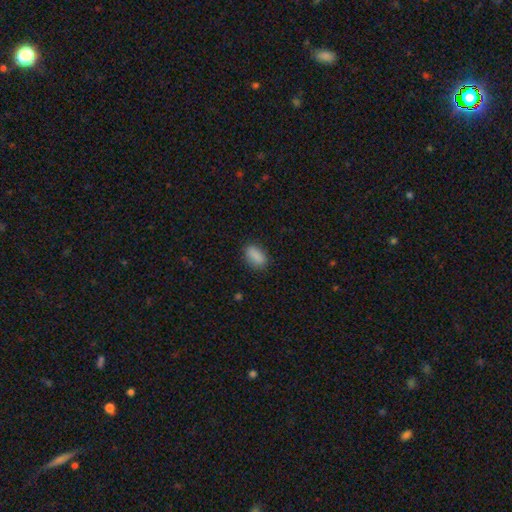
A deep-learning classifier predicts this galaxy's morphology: Overall: smooth (87%). How rounded: in between (87%). Merging: none (84%).